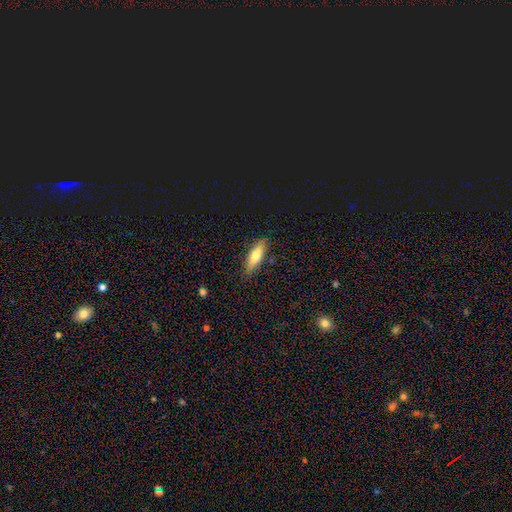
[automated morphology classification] This appears to be a smooth galaxy with no disk features (70%) that is cigar-shaped (53%). Merging: none (84%).